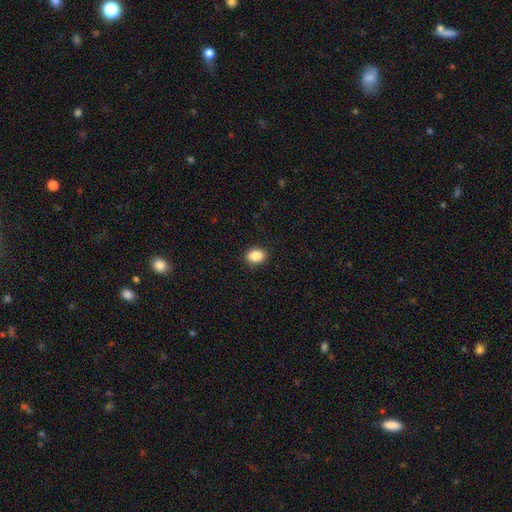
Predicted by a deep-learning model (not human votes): smooth 87%, star or artifact 9%, featured or disk 4%. Down the decision tree: how rounded — in between (68%); merging — none (90%).